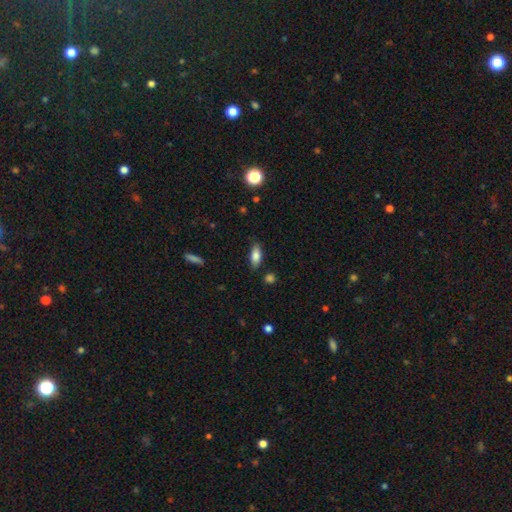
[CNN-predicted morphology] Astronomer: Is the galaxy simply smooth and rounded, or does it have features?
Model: smooth — 81%.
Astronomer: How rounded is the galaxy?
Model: in between — 79%.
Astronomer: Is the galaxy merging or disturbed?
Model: none — 81%.